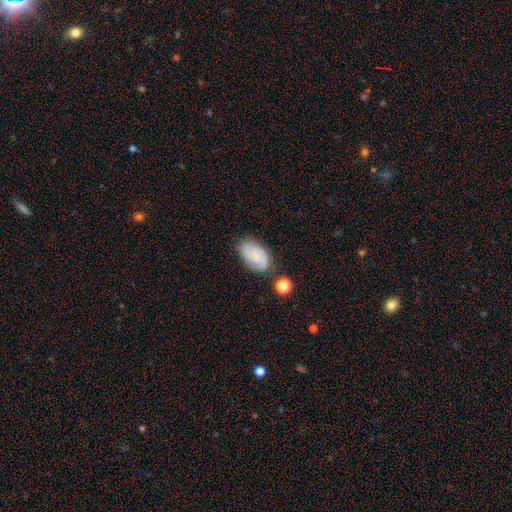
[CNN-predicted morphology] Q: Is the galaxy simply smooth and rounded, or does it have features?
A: smooth — 59%.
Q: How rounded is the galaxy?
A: in between — 92%.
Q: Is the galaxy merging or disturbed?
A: none — 69%.